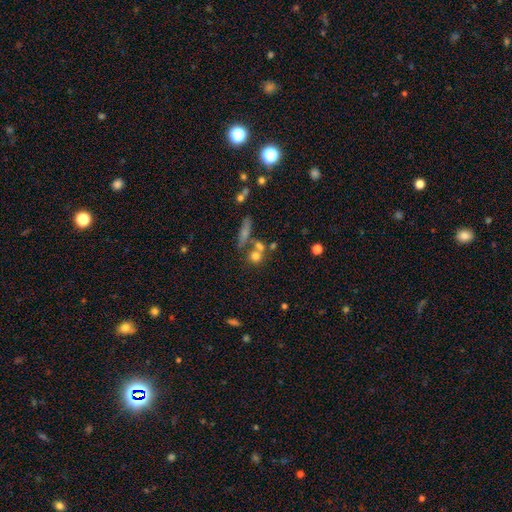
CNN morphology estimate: smooth 68%, featured or disk 17%, star or artifact 15%. Down the decision tree: how rounded — round (79%); merging — none (49%).